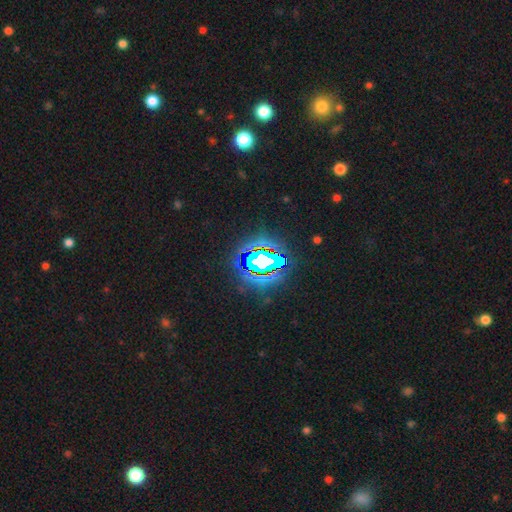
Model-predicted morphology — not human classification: Smooth or featured? star or artifact (83%)